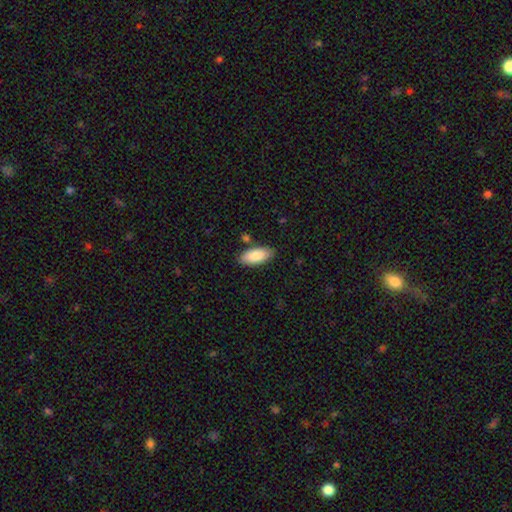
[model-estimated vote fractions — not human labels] smooth 86%, featured or disk 8%, star or artifact 6%. Down the decision tree: how rounded — in between (88%); merging — none (82%).